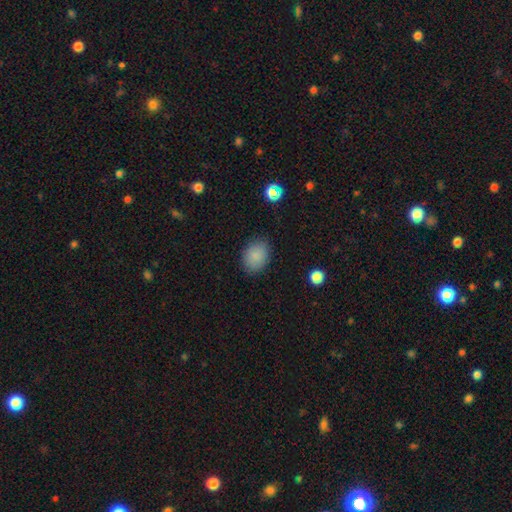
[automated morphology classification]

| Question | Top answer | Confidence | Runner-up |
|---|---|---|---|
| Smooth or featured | smooth | 87% | star or artifact (9%) |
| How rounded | in between | 64% | round (36%) |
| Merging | none | 84% | minor disturbance (11%) |